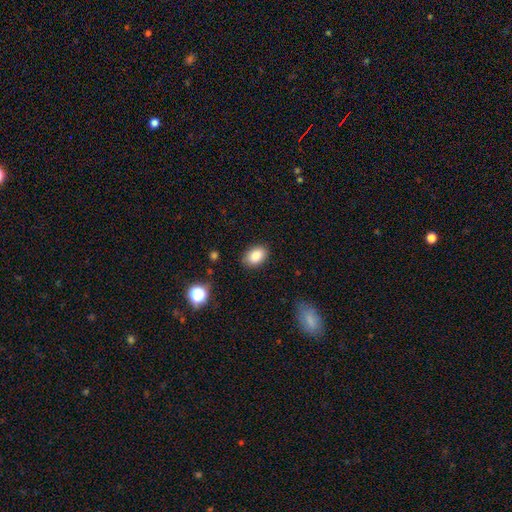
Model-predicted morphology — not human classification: Smooth or featured? Predicted: smooth (p=0.85). How rounded? Predicted: in between (p=0.86). Merging? Predicted: none (p=0.86).